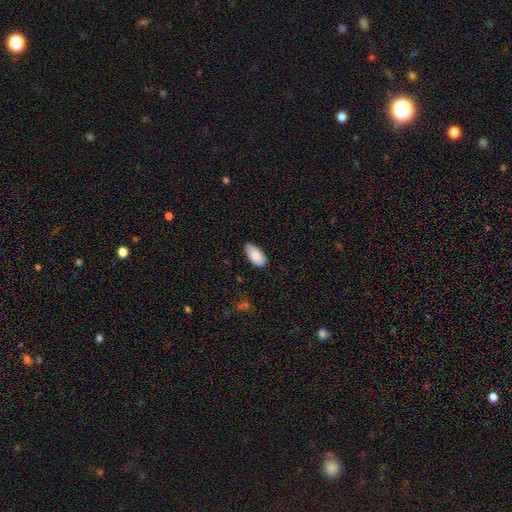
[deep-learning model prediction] This is clearly a smooth galaxy (86%). How rounded: clearly in between (95%). Merging: likely none (76%).